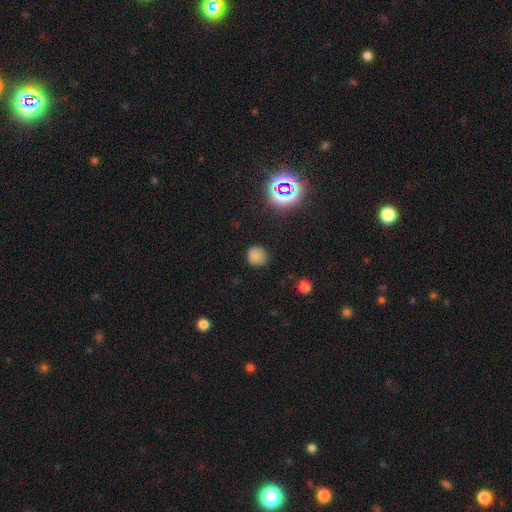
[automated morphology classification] Smooth or featured? smooth (77%)
How rounded? round (89%)
Merging? none (85%)